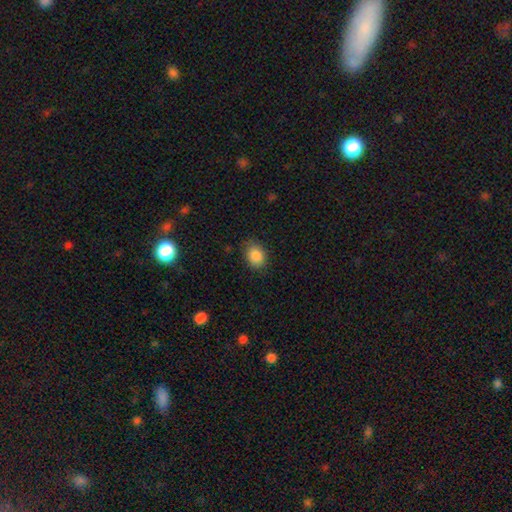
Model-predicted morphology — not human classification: Overall: smooth (87%). How rounded: in between (61%; round 38%). Merging: none (79%).